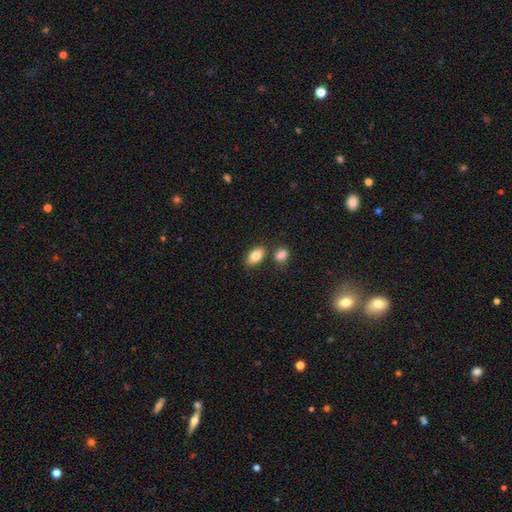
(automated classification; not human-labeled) smooth 82%, featured or disk 10%, star or artifact 7%. Down the decision tree: how rounded — in between (90%); merging — none (73%).